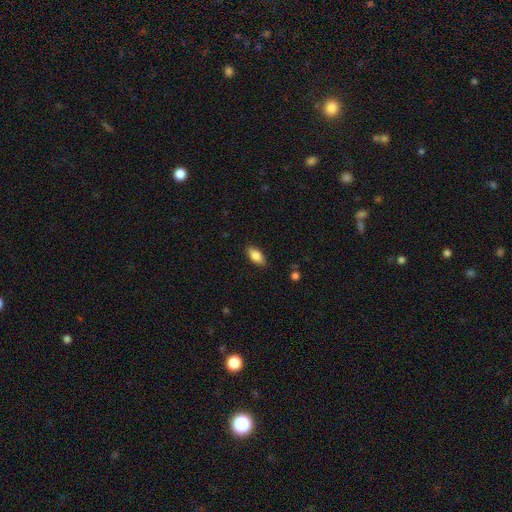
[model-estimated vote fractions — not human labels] Morphology: type=smooth (84%); roundness=in between (88%); merging=none (86%).